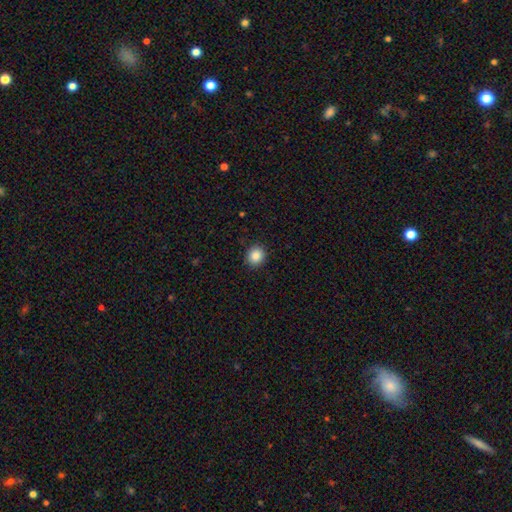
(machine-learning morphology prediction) Smooth or featured? Predicted: smooth (p=0.87). How rounded? Predicted: round (p=0.83). Merging? Predicted: none (p=0.91).